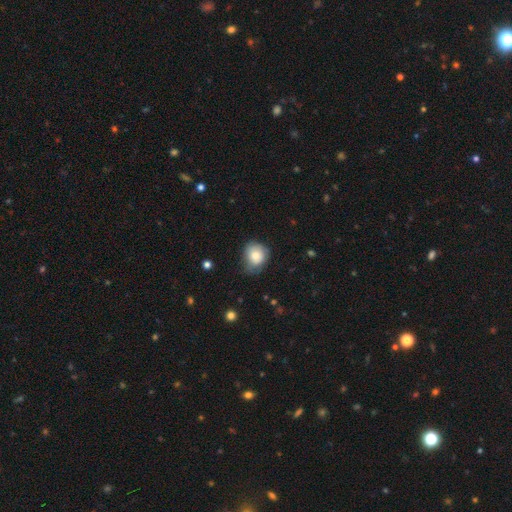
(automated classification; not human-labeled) The model was most divided on "merging": none: 56%, minor disturbance: 33%, major disturbance: 9%, merger: 2%. More confident: smooth or featured — smooth (77%); how rounded — round (72%).